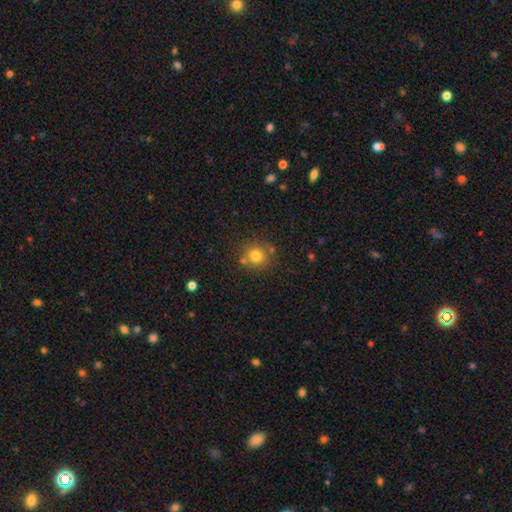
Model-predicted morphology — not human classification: Smooth or featured? Predicted: smooth (p=0.77). How rounded? Predicted: round (p=0.88). Merging? Predicted: none (p=0.73).